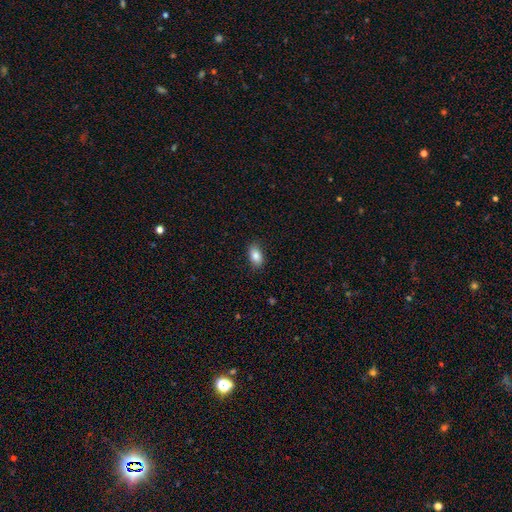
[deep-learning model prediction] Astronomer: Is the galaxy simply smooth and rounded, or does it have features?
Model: smooth — 85%.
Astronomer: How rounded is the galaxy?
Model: in between — 91%.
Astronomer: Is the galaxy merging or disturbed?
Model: none — 86%.